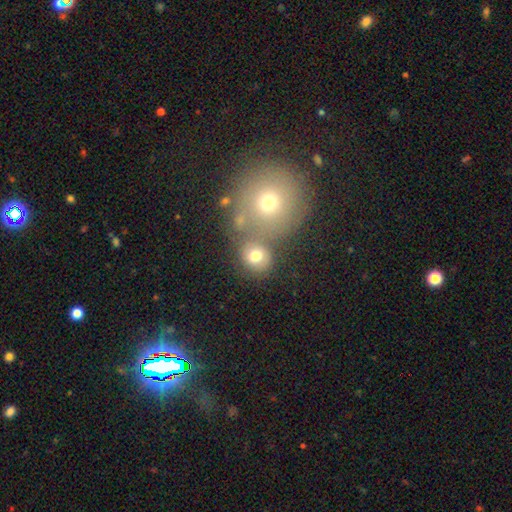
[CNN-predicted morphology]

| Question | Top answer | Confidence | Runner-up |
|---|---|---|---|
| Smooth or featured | smooth | 73% | star or artifact (13%) |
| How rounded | round | 80% | in between (19%) |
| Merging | none | 51% | merger (34%) |